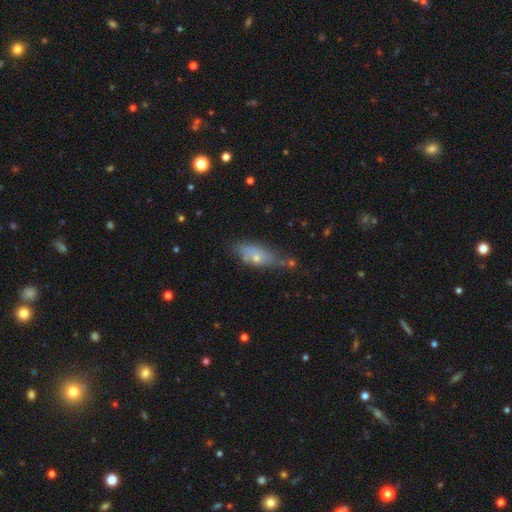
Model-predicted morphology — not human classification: This appears to be a smooth galaxy with no disk features (64%) that is in between round and cigar-shaped (70%). Merging: none (50%).